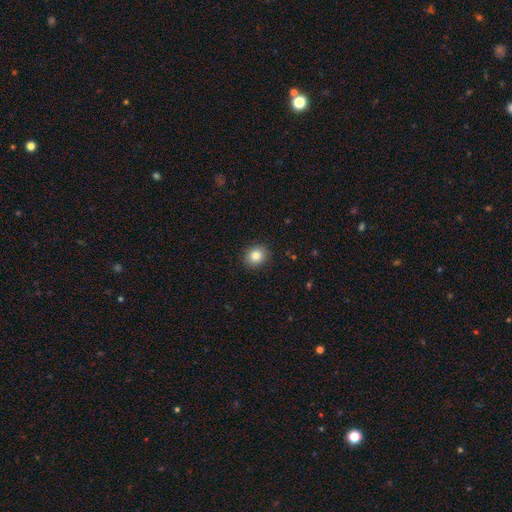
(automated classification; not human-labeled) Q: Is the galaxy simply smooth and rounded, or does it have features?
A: smooth — 83%.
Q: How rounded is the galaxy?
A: round — 72%.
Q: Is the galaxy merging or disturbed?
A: none — 90%.